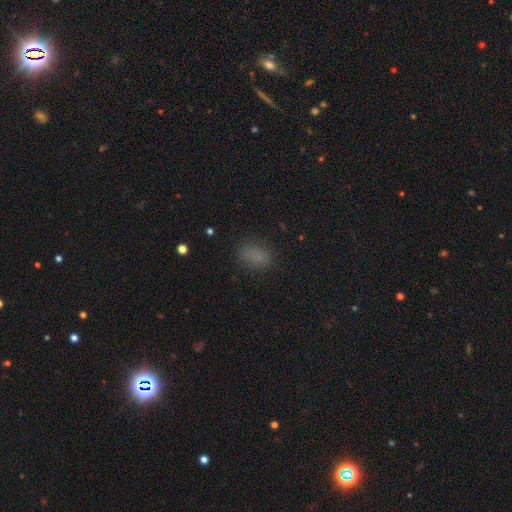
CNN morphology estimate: Smooth or featured? Predicted: smooth (p=0.76). How rounded? Predicted: in between (p=0.81). Merging? Predicted: none (p=0.78).